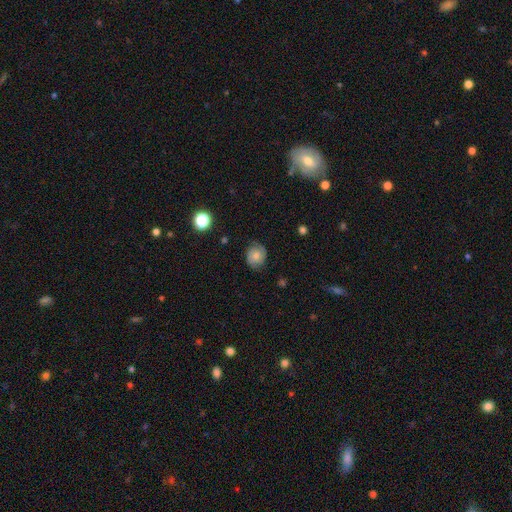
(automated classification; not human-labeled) smooth-or-featured: smooth: 49% | featured or disk: 40% | star or artifact: 11%
  merging: none: 76% | minor disturbance: 18% | major disturbance: 5% | merger: 1%